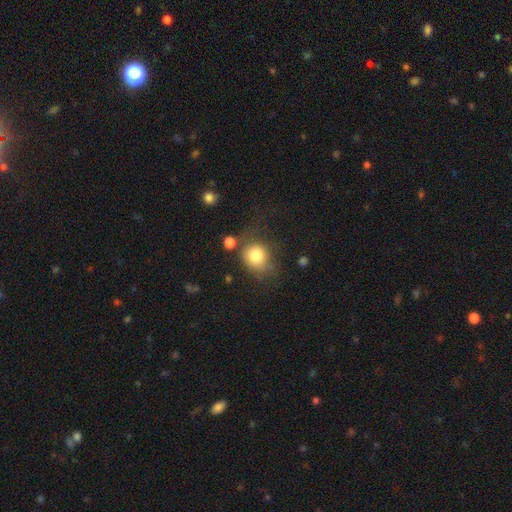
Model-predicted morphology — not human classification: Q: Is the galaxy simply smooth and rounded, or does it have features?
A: smooth — 80%.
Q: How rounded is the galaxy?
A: round — 80%.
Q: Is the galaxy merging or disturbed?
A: none — 56%.